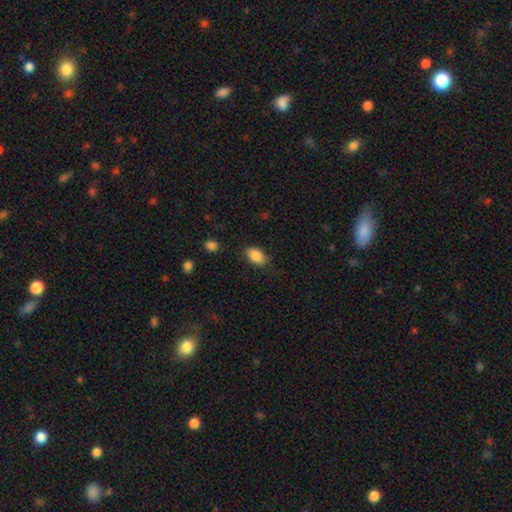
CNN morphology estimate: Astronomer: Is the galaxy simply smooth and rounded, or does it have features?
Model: smooth — 87%.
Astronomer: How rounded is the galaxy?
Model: in between — 90%.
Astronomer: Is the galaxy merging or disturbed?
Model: none — 80%.